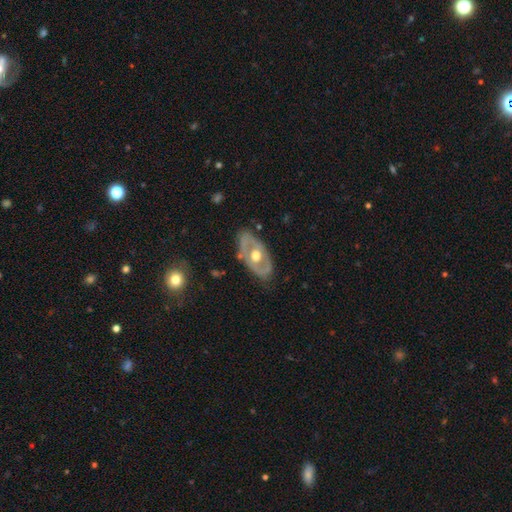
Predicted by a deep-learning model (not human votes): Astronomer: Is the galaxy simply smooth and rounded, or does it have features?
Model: featured or disk — 65%.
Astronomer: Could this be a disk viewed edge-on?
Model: no — 87%.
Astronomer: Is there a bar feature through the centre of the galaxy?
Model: no — 84%.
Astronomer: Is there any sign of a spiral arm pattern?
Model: no — 75%.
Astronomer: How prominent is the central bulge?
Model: moderate — 70%.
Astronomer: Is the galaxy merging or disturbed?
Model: none — 74%.